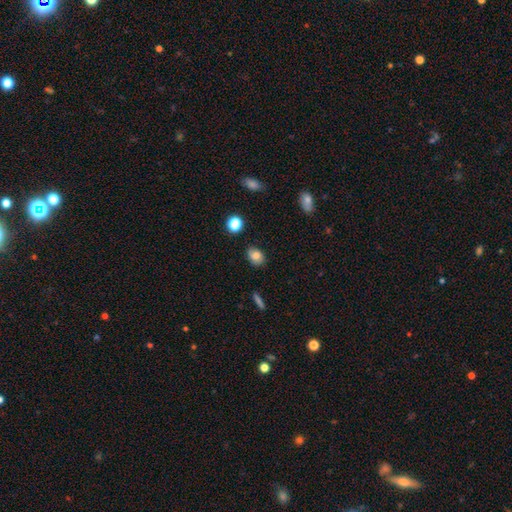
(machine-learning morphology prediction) Smooth or featured? smooth (79%)
How rounded? in between (69%)
Merging? none (84%)